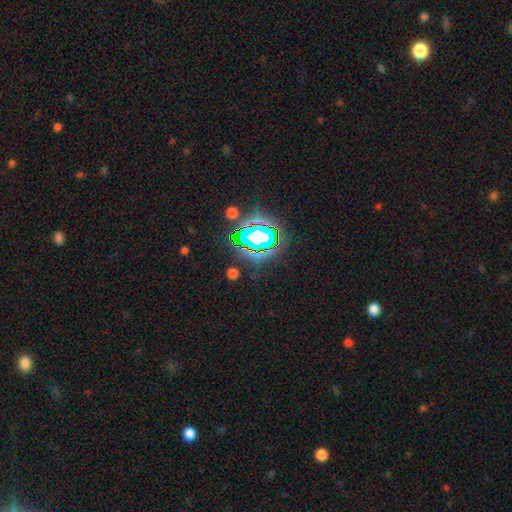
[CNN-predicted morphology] Overall: star or artifact (78%).